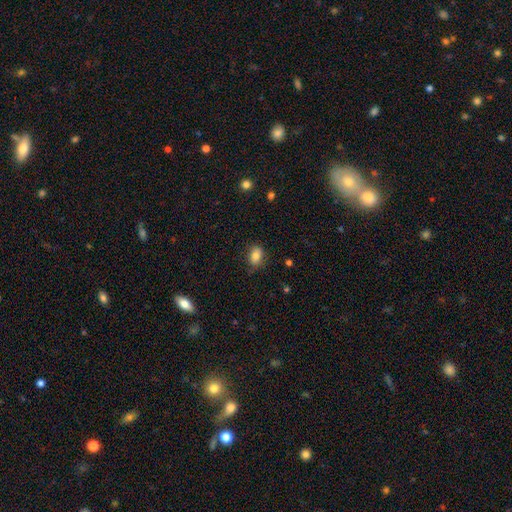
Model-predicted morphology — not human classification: smooth-or-featured: smooth: 81% | star or artifact: 10% | featured or disk: 9%
  how-rounded: in between: 76% | round: 22% | cigar-shaped: 2%
  merging: none: 75% | minor disturbance: 20% | major disturbance: 4% | merger: 1%